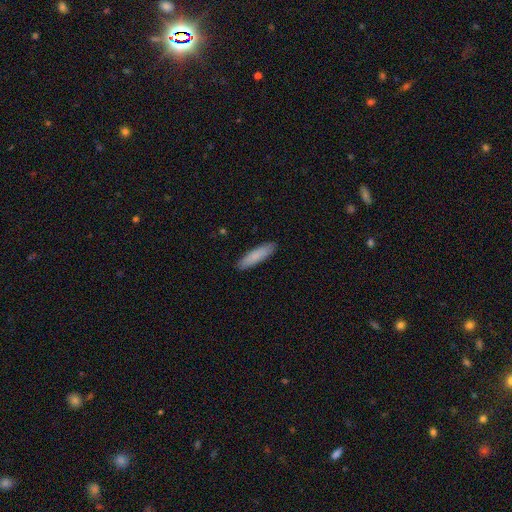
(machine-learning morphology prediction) This is clearly a smooth galaxy (85%). How rounded: likely cigar-shaped (75%). Merging: clearly none (90%).